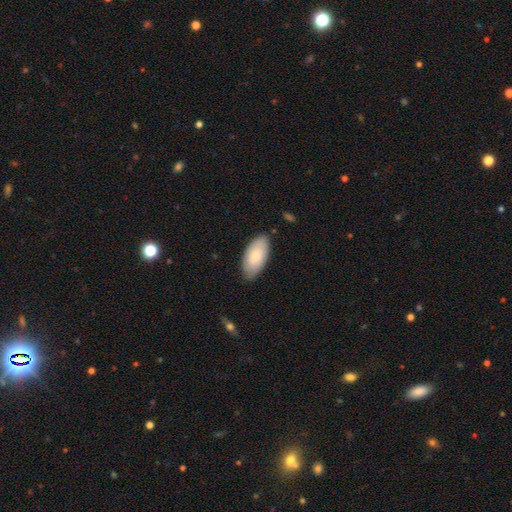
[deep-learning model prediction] smooth 77%, featured or disk 17%, star or artifact 6%. Down the decision tree: how rounded — in between (95%); merging — none (81%).